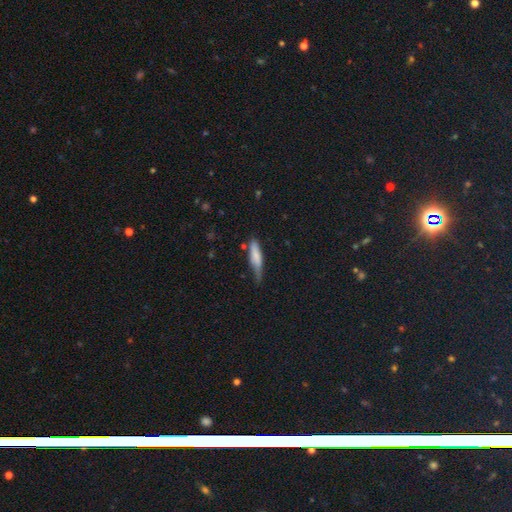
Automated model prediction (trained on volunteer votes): This appears to be a smooth galaxy with no disk features (77%) that is cigar-shaped (73%). Merging: none (43%).